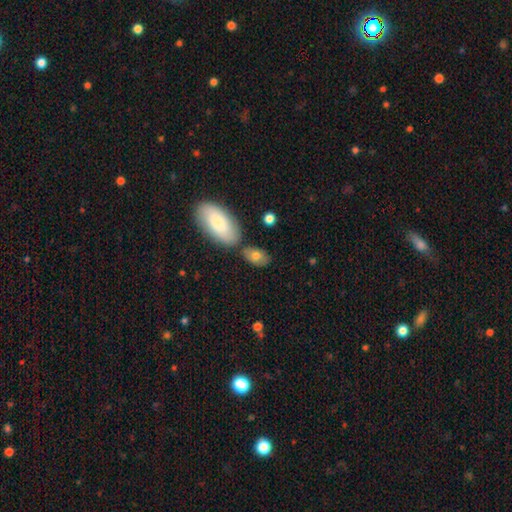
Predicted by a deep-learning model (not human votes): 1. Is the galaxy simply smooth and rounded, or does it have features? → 77% smooth, 15% featured or disk, 7% star or artifact.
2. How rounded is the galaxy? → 89% in between, 7% round, 3% cigar-shaped.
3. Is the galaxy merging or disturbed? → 67% none, 15% merger, 15% minor disturbance, 4% major disturbance.